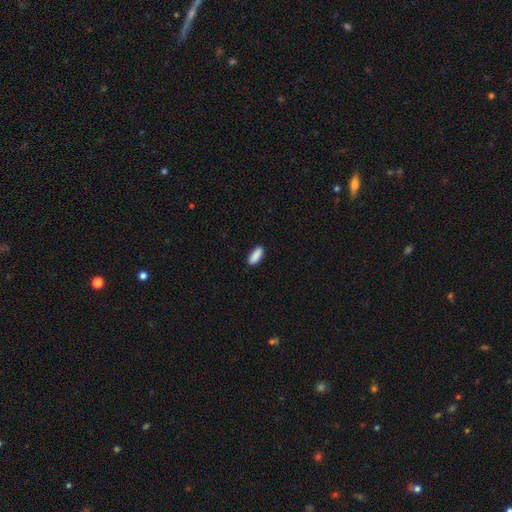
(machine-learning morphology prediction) The model was most divided on "how rounded": in between: 71%, cigar-shaped: 27%, round: 2%. More confident: smooth or featured — smooth (90%); merging — none (89%).